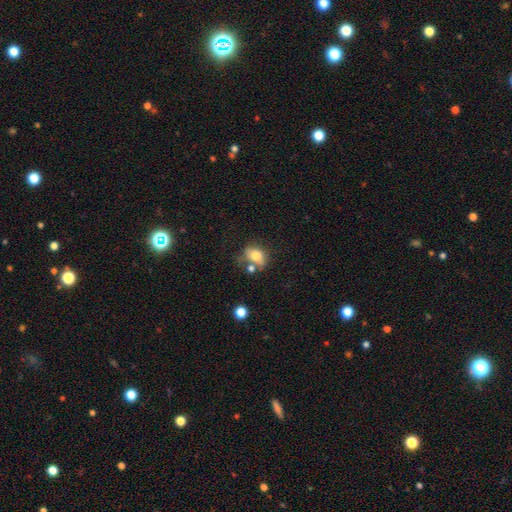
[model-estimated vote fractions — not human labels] A smooth galaxy with no disk features (71%) that is in between round and cigar-shaped (63%).

Vote fractions:
- Smooth or featured? smooth: 71% / featured or disk: 19% / star or artifact: 10%
- How rounded? in between: 63% / round: 35% / cigar-shaped: 2%
- Merging? none: 41% / merger: 23% / minor disturbance: 23% / major disturbance: 13%